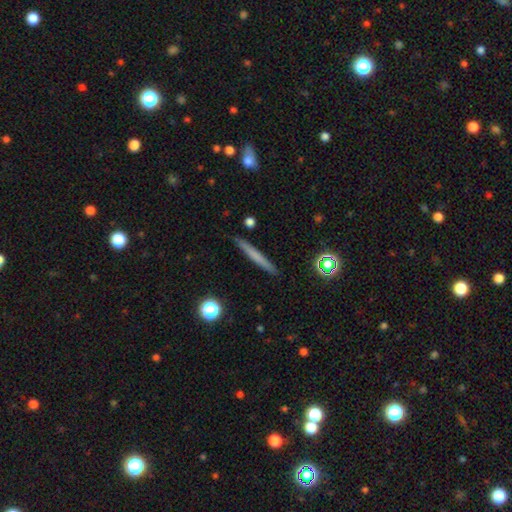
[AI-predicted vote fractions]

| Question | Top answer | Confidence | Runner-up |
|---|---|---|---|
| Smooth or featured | smooth | 60% | featured or disk (32%) |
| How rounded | cigar-shaped | 95% | in between (3%) |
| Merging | none | 91% | minor disturbance (6%) |